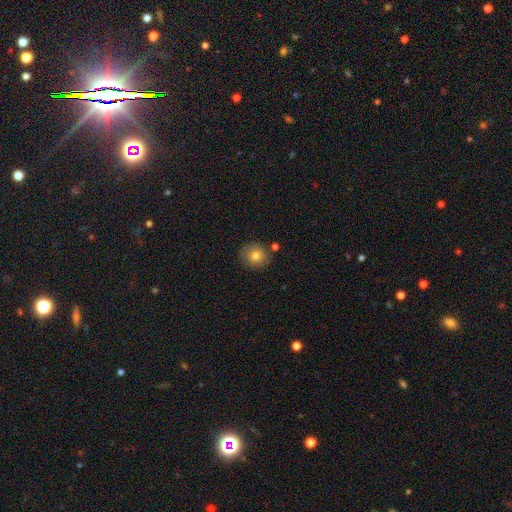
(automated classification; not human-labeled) This is likely a smooth galaxy (75%). How rounded: clearly round (87%). Merging: likely none (79%).